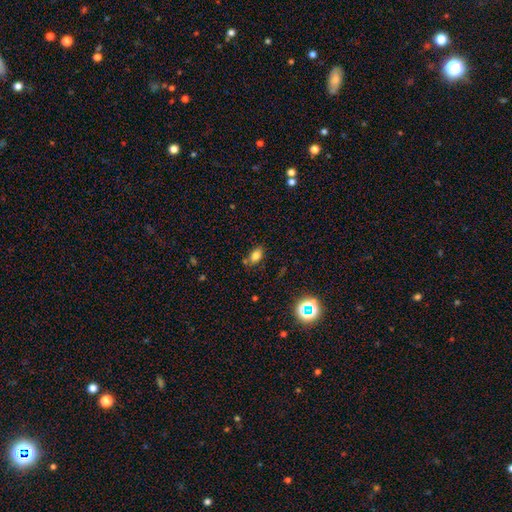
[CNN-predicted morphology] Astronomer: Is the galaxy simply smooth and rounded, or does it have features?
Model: smooth — 76%.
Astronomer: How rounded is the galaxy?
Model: in between — 84%.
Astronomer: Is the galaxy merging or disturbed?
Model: none — 70%.